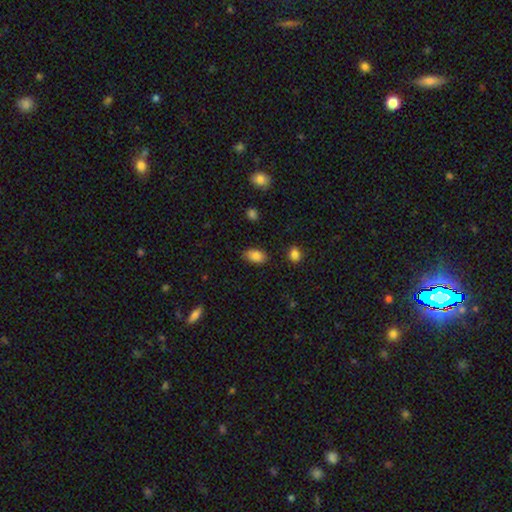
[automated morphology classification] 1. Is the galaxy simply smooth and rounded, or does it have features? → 85% smooth, 8% star or artifact, 7% featured or disk.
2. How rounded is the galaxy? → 91% in between, 8% round, 2% cigar-shaped.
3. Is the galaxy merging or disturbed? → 80% none, 16% minor disturbance, 3% major disturbance, 2% merger.